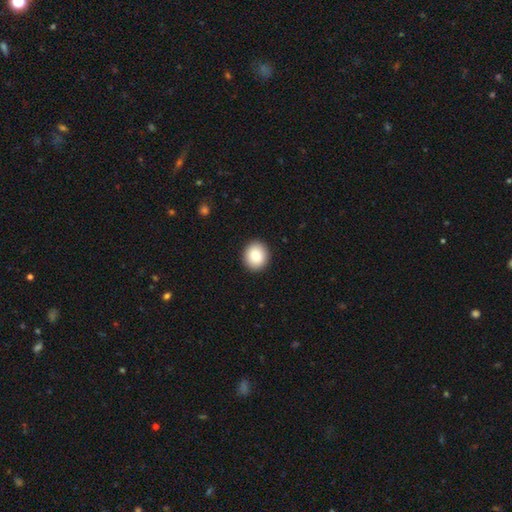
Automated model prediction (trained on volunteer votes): Smooth or featured? smooth (87%)
How rounded? round (76%)
Merging? none (92%)